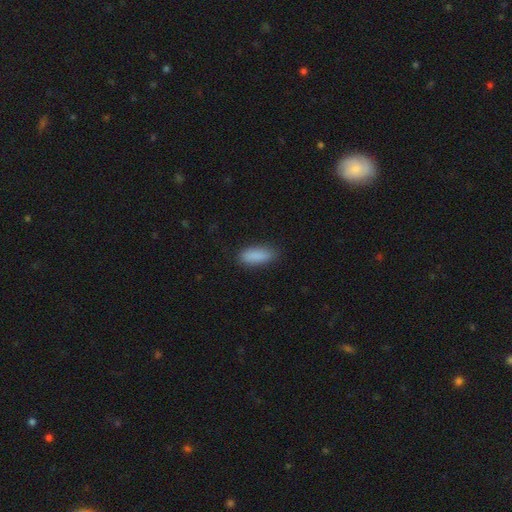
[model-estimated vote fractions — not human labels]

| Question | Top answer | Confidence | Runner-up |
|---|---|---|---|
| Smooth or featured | smooth | 89% | star or artifact (7%) |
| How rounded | in between | 66% | cigar-shaped (32%) |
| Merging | none | 85% | minor disturbance (12%) |